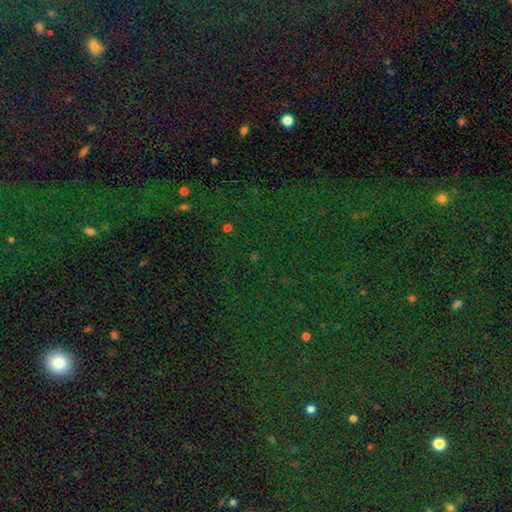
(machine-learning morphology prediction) Overall: star or artifact (81%).